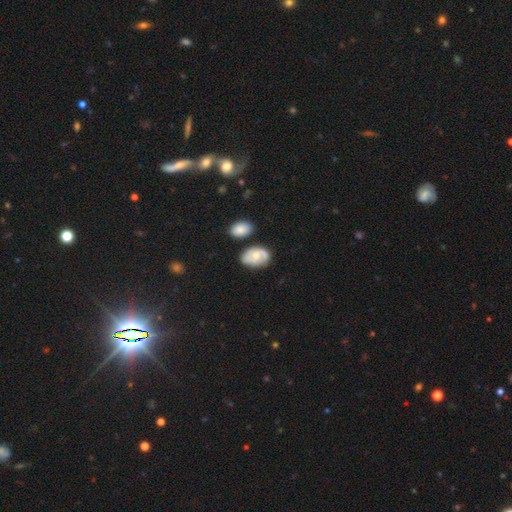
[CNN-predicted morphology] The model was most divided on "smooth or featured": smooth: 50%, featured or disk: 43%, star or artifact: 7%. More confident: merging — none (62%).